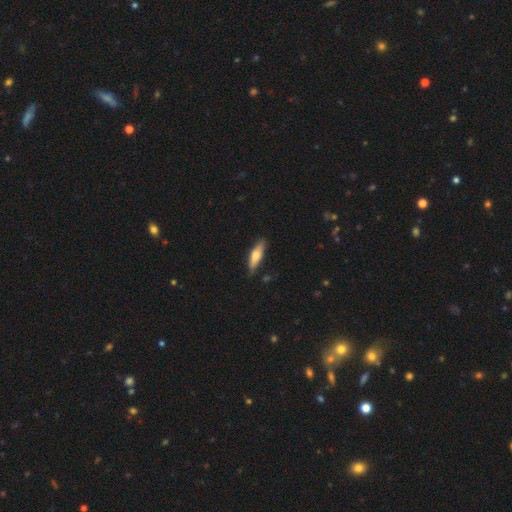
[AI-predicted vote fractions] This appears to be a smooth galaxy with no disk features (61%) that is cigar-shaped (63%). Merging: none (83%).